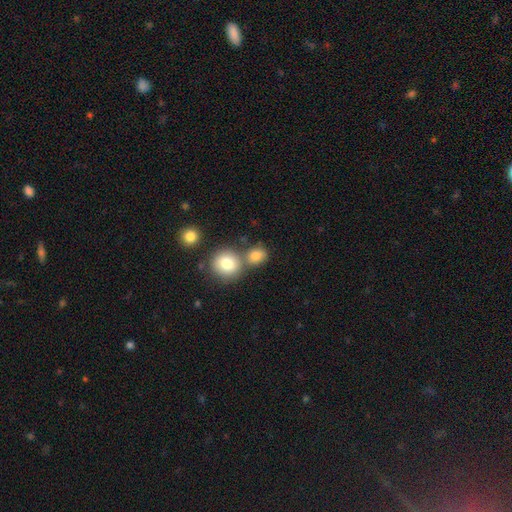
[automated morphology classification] smooth 82%, star or artifact 10%, featured or disk 8%. Down the decision tree: how rounded — round (68%); merging — none (55%).